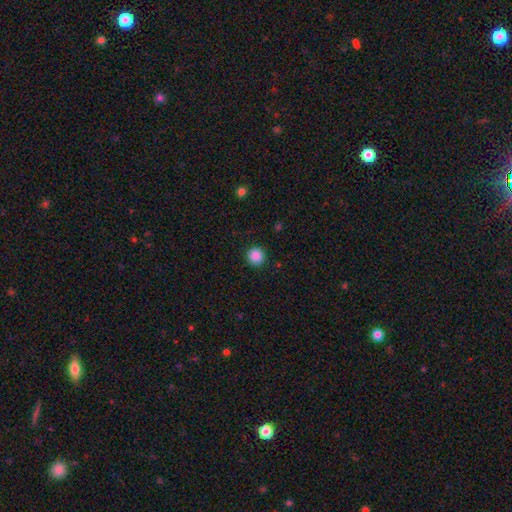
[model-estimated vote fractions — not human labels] A smooth galaxy with no disk features (88%) that is round (95%).

Vote fractions:
- Smooth or featured? smooth: 88% / star or artifact: 10% / featured or disk: 2%
- How rounded? round: 95% / in between: 4% / cigar-shaped: 1%
- Merging? none: 92% / minor disturbance: 6% / major disturbance: 2% / merger: 1%